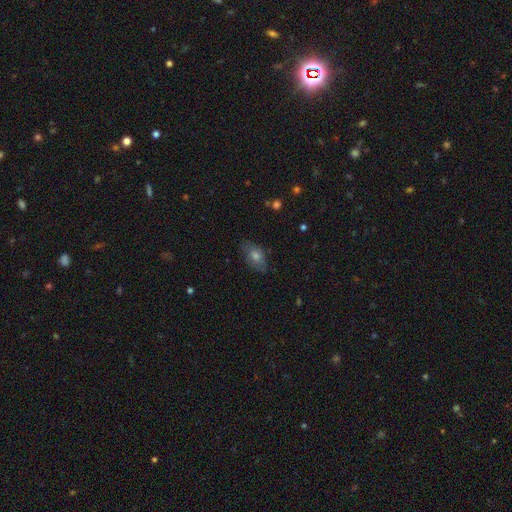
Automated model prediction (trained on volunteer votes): Morphology: type=smooth (54%); roundness=in between (83%); merging=none (77%).